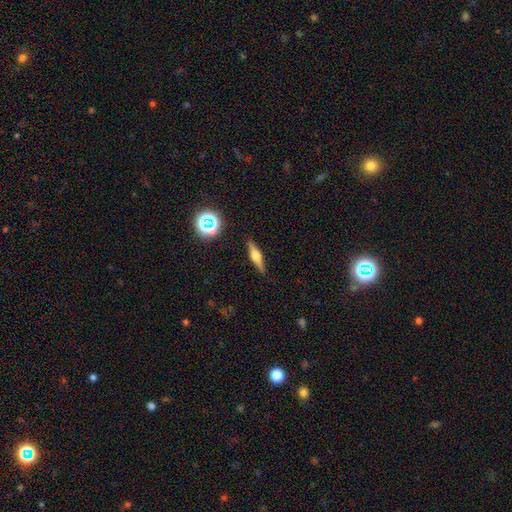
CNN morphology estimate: This is possibly a featured or disk galaxy (56%). It is clearly viewed edge-on (95%). Edge-on bulge: clearly rounded (87%). Merging: clearly none (88%).